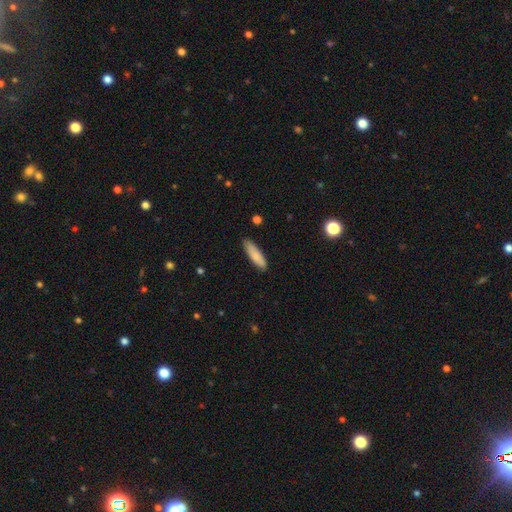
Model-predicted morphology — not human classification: The model was most divided on "how rounded": cigar-shaped: 64%, in between: 34%, round: 2%. More confident: smooth or featured — smooth (84%); merging — none (83%).